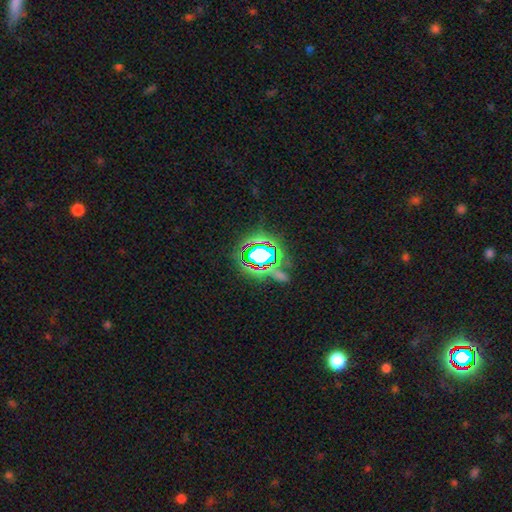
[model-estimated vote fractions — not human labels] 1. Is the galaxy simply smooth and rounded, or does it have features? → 78% star or artifact, 13% smooth, 9% featured or disk.